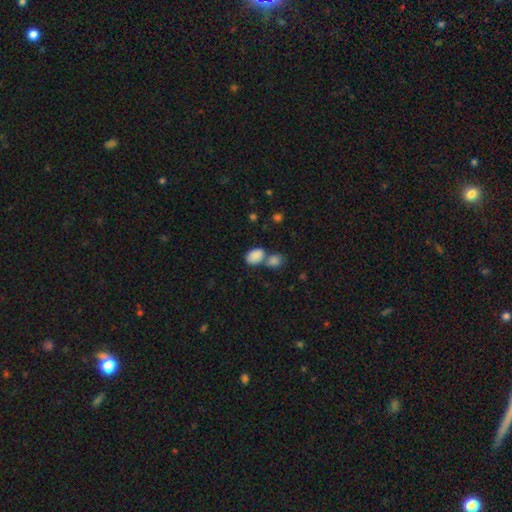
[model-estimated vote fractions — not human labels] Overall: smooth (86%). How rounded: in between (87%). Merging: merger (45%; none 40%).